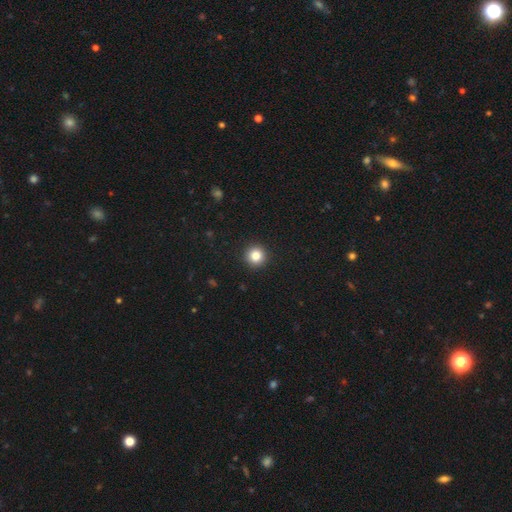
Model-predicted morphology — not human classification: A smooth galaxy with no disk features (84%) that is round (95%).

Vote fractions:
- Smooth or featured? smooth: 84% / star or artifact: 11% / featured or disk: 5%
- How rounded? round: 95% / in between: 4% / cigar-shaped: 1%
- Merging? none: 93% / minor disturbance: 5% / major disturbance: 2% / merger: 1%